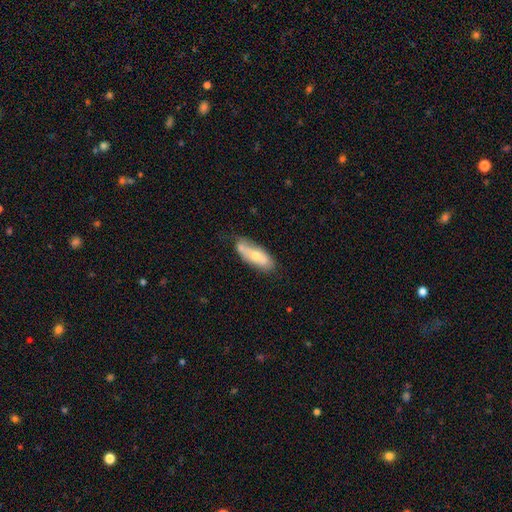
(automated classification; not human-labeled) Q: Smooth or featured?
A: smooth (54%); runner-up: featured or disk (40%)
Q: How rounded?
A: in between (71%); runner-up: cigar-shaped (26%)
Q: Merging?
A: none (56%); runner-up: minor disturbance (28%)